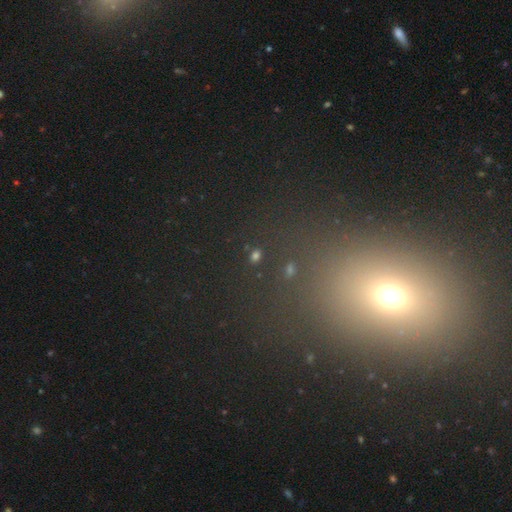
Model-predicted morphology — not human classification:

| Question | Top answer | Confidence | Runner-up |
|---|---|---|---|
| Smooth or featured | smooth | 46% | tied: star or artifact (46%) |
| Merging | none | 82% | minor disturbance (8%) |